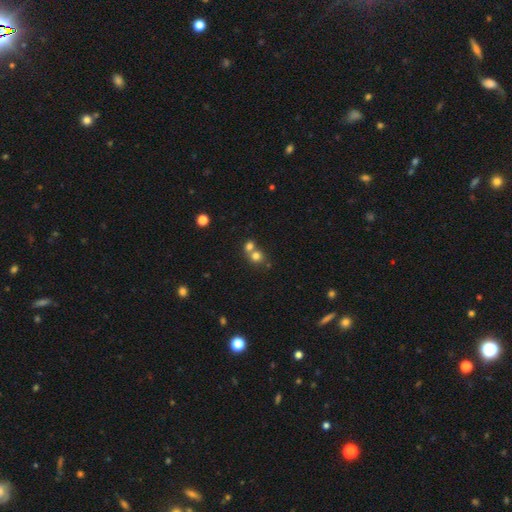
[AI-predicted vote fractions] Smooth or featured?
  - smooth: 76% *
  - star or artifact: 14%
  - featured or disk: 11%
How rounded?
  - round: 82% *
  - in between: 17%
  - cigar-shaped: 1%
Merging?
  - merger: 54% *
  - none: 39%
  - minor disturbance: 5%
  - major disturbance: 2%